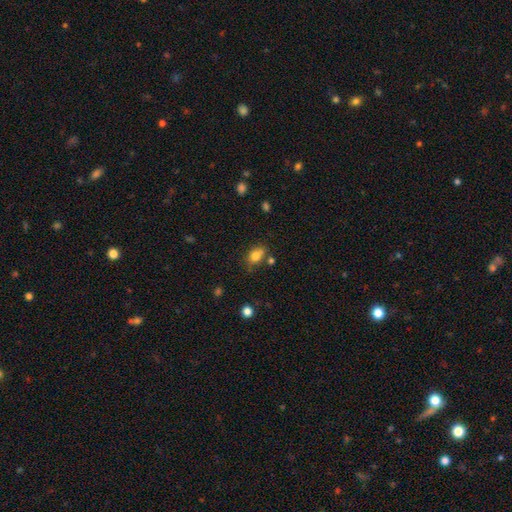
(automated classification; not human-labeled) The model was most divided on "how rounded": in between: 65%, round: 34%, cigar-shaped: 2%. More confident: smooth or featured — smooth (79%); merging — none (63%).